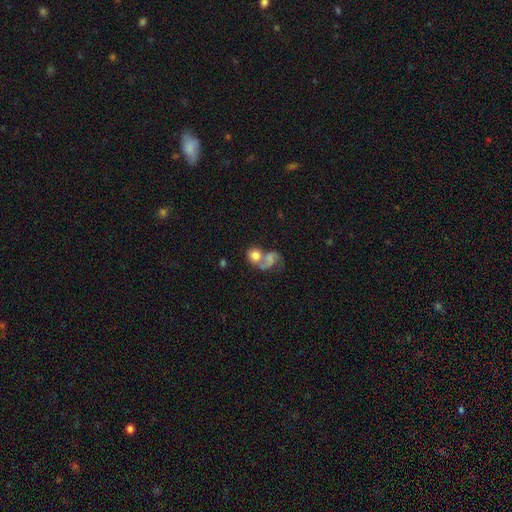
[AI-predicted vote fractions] Smooth or featured: smooth — 63% (featured or disk — 26%)
How rounded: round — 63% (in between — 36%)
Merging: merger — 60% (none — 20%)